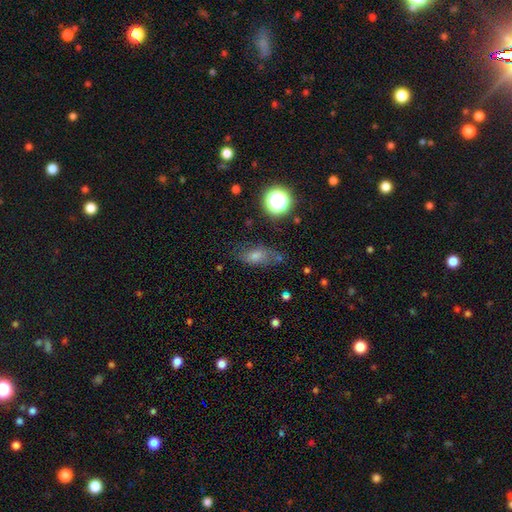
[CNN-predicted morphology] Smooth or featured? smooth (53%)
How rounded? in between (70%)
Merging? none (63%)